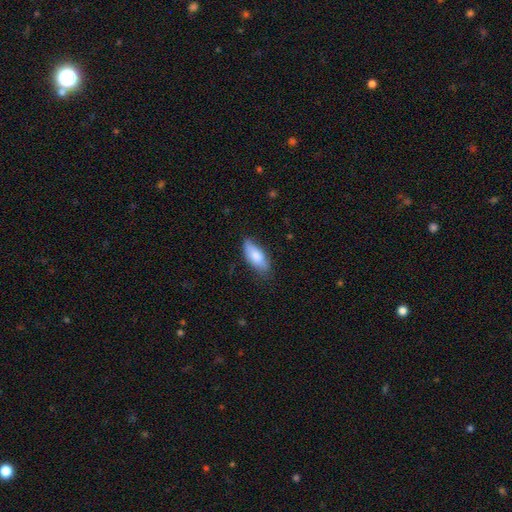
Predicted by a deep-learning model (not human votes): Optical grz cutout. It shows a smooth galaxy with no disk features (80%) that is in between round and cigar-shaped (78%). Merging: none (72%).